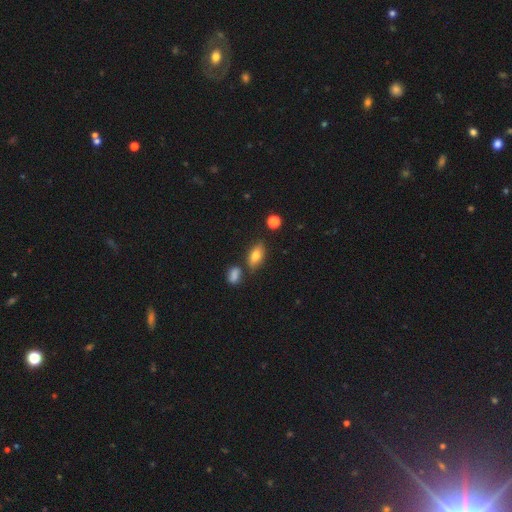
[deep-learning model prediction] smooth 76%, featured or disk 15%, star or artifact 9%. Down the decision tree: how rounded — in between (86%); merging — none (74%).